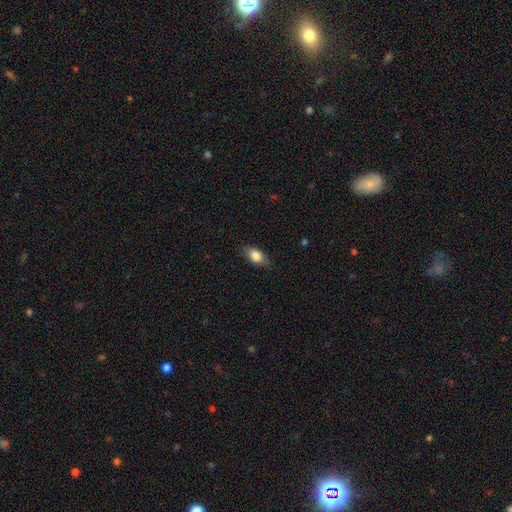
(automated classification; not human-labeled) The model was most divided on "merging": none: 81%, minor disturbance: 15%, major disturbance: 3%, merger: 1%. More confident: how rounded — in between (87%); smooth or featured — smooth (81%).